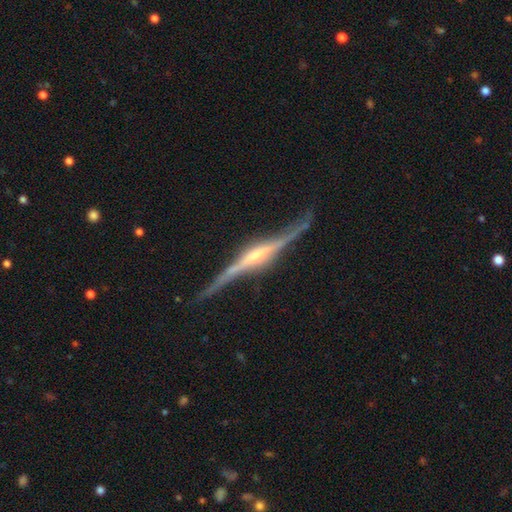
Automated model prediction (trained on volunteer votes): smooth-or-featured: featured or disk: 89% | smooth: 6% | star or artifact: 5%
  disk-edge-on: yes: 97% | no: 3%
    edge-on-bulge: rounded: 74% | boxy: 17% | none: 8%
  merging: none: 80% | minor disturbance: 14% | major disturbance: 4% | merger: 2%